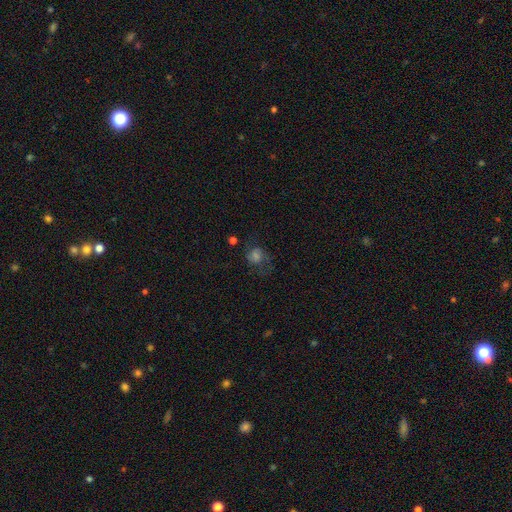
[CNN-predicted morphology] Q: Smooth or featured?
A: smooth (46%); runner-up: featured or disk (32%)
Q: Merging?
A: none (46%); runner-up: major disturbance (29%)